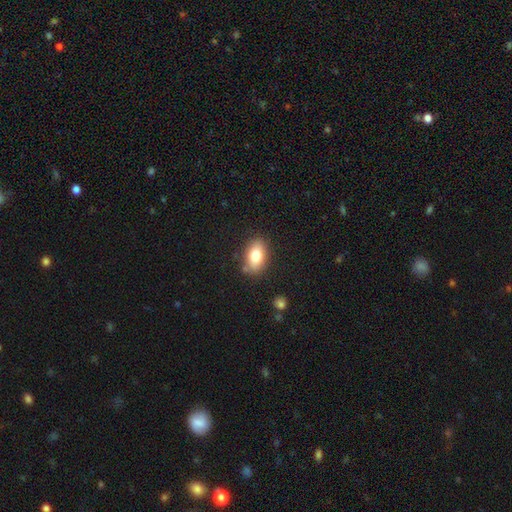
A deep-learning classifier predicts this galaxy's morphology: This is clearly a smooth galaxy (81%). How rounded: clearly in between (90%). Merging: clearly none (81%).